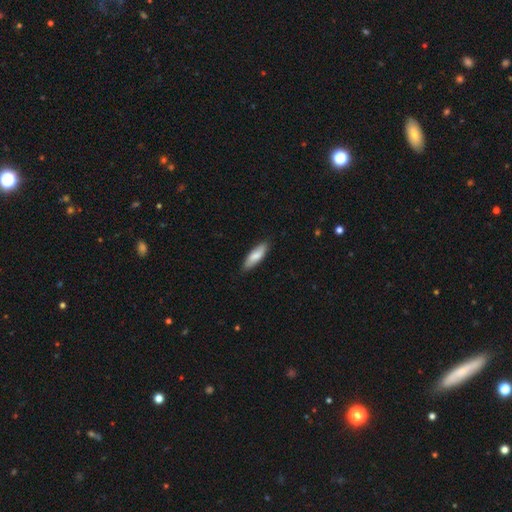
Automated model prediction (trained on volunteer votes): smooth 81%, featured or disk 14%, star or artifact 5%. Down the decision tree: how rounded — in between (53%); merging — none (84%).